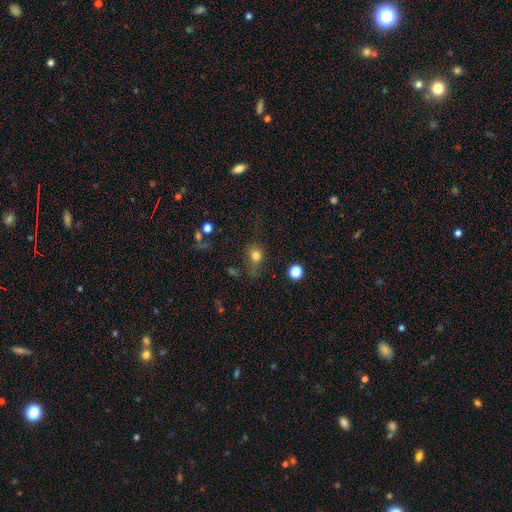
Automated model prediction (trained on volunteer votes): smooth 78%, star or artifact 13%, featured or disk 9%. Down the decision tree: how rounded — round (57%); merging — none (54%).